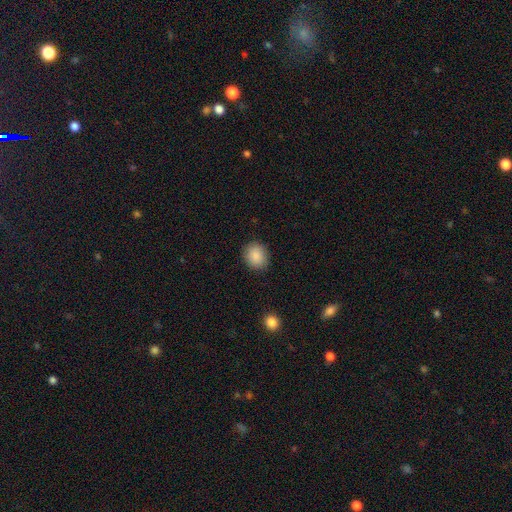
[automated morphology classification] smooth_or_featured: smooth (p=0.89) [alt: star or artifact p=0.08]
how_rounded: round (p=0.66) [alt: in between p=0.33]
merging: none (p=0.88) [alt: minor disturbance p=0.09]